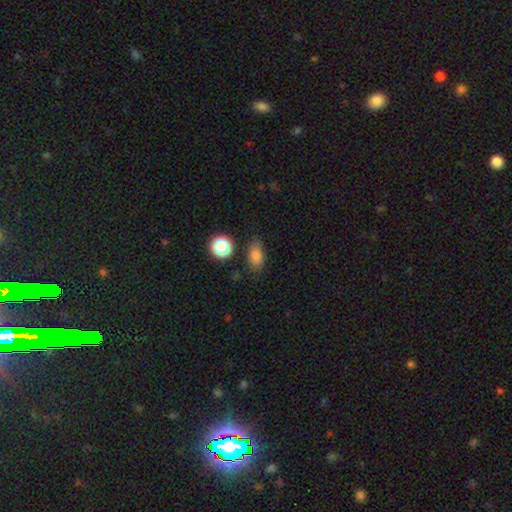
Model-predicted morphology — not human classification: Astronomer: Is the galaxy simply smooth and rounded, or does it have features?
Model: smooth — 80%.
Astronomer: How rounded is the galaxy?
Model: in between — 80%.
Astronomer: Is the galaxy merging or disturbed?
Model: none — 74%.